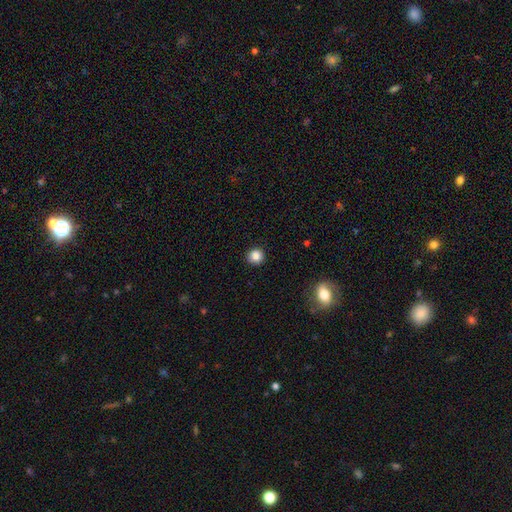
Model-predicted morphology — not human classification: This appears to be a smooth galaxy with no disk features (86%) that is round (93%). Merging: none (92%).